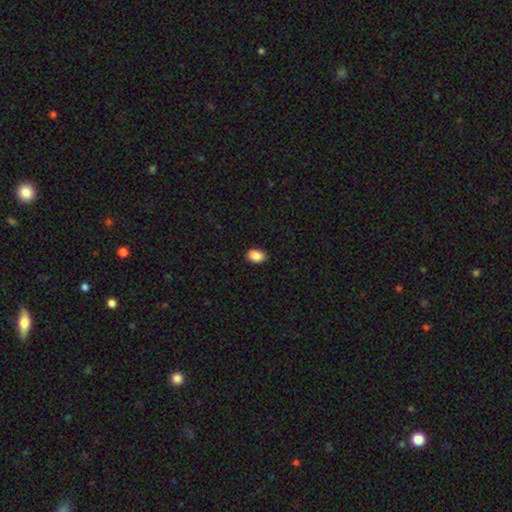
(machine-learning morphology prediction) The model was most divided on "how rounded": in between: 87%, round: 12%, cigar-shaped: 1%. More confident: smooth or featured — smooth (89%); merging — none (87%).